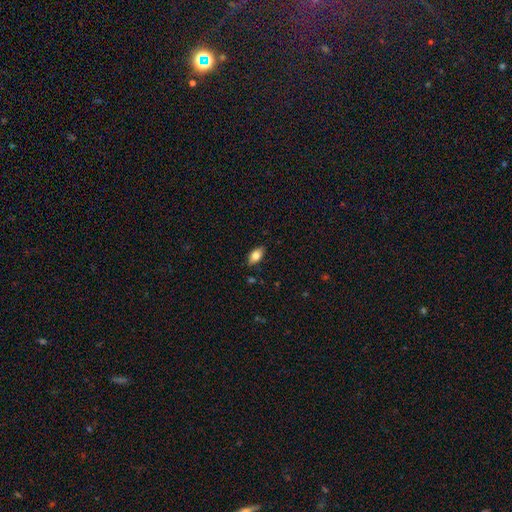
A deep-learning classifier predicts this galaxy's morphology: Q: Smooth or featured?
A: smooth (80%); runner-up: featured or disk (13%)
Q: How rounded?
A: in between (90%); runner-up: round (5%)
Q: Merging?
A: none (85%); runner-up: minor disturbance (12%)